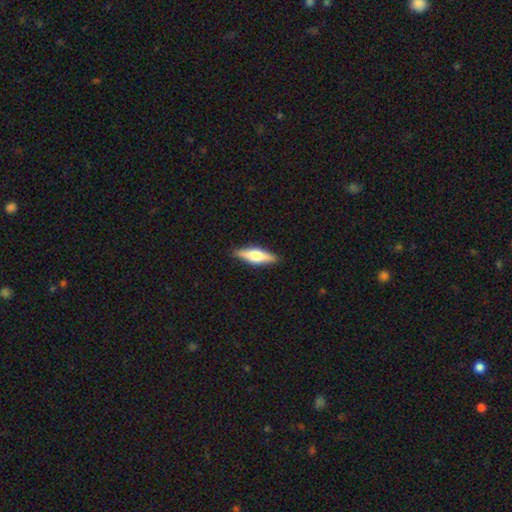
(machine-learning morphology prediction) Smooth or featured?
  - featured or disk: 51% *
  - smooth: 43%
  - star or artifact: 6%
Edge-on disk?
  - yes: 94% *
  - no: 6%
Merging?
  - none: 89% *
  - minor disturbance: 8%
  - major disturbance: 2%
  - merger: 1%